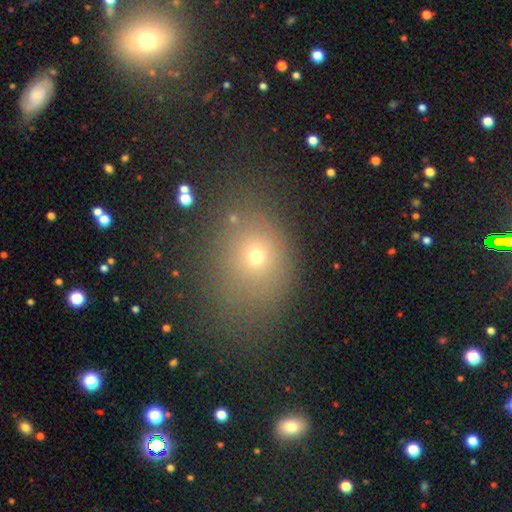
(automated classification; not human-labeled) This appears to be a smooth galaxy with no disk features (62%) that is in between round and cigar-shaped (49%, tied with round). Merging: none (73%).